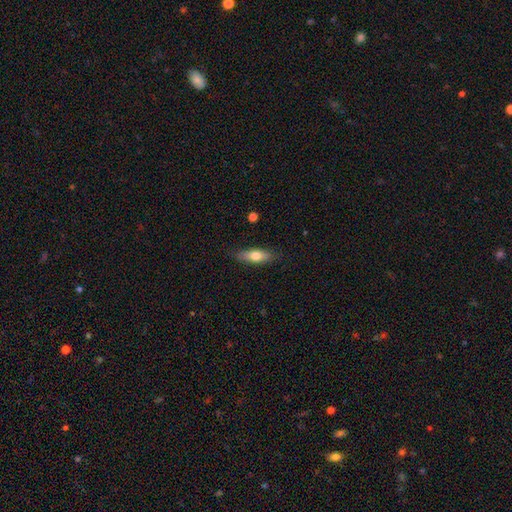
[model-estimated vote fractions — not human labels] Overall: smooth (69%). How rounded: in between (55%; cigar-shaped 42%). Merging: none (83%).